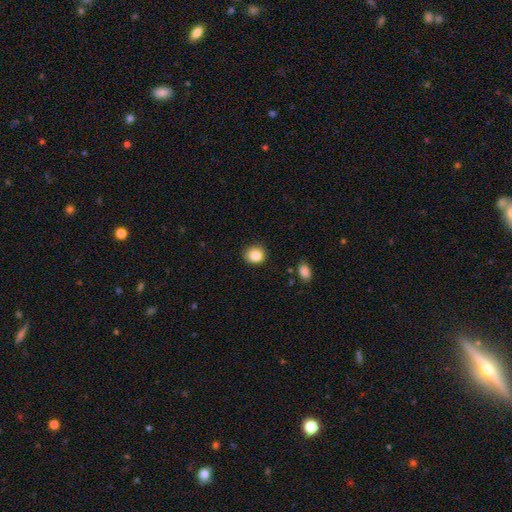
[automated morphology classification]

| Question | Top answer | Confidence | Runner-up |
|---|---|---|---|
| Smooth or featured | smooth | 86% | star or artifact (10%) |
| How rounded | round | 77% | in between (22%) |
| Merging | none | 85% | minor disturbance (11%) |